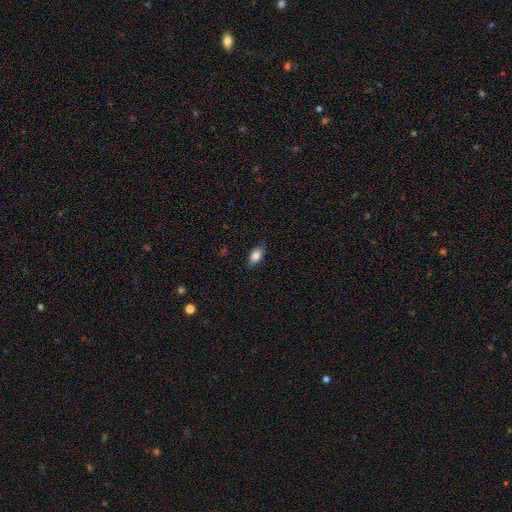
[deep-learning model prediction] Q: Smooth or featured?
A: smooth (86%); runner-up: star or artifact (8%)
Q: How rounded?
A: in between (89%); runner-up: round (7%)
Q: Merging?
A: none (84%); runner-up: minor disturbance (12%)